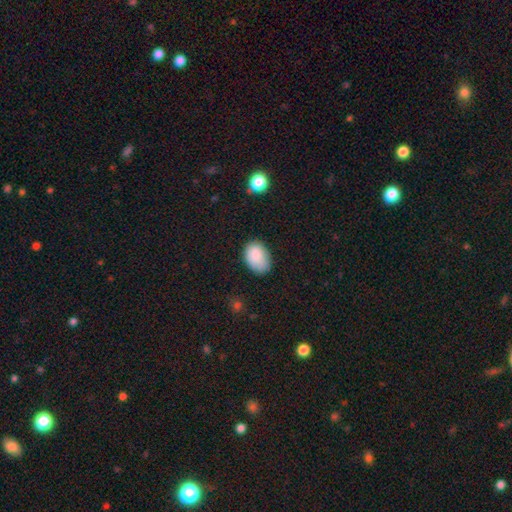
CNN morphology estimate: Smooth or featured? Predicted: smooth (p=0.86). How rounded? Predicted: in between (p=0.85). Merging? Predicted: none (p=0.70).